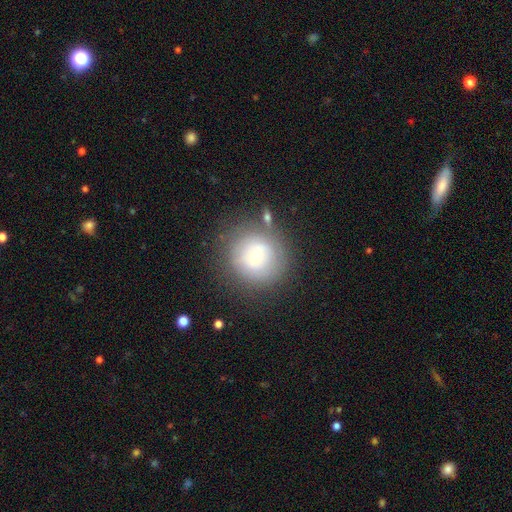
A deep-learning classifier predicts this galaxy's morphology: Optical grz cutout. It shows a smooth galaxy with no disk features (57%) that is round (92%). Merging: none (76%).